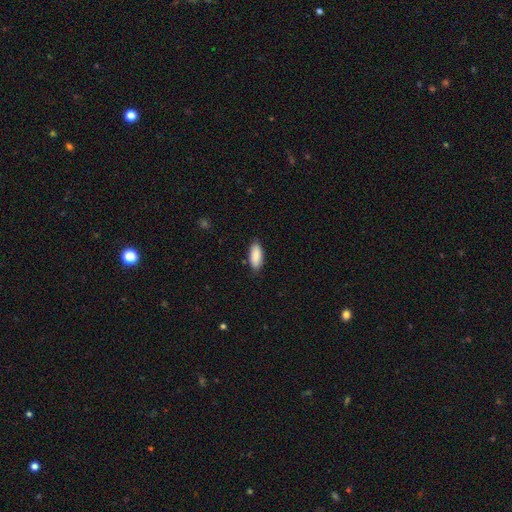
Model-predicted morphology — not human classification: Overall: smooth (90%). How rounded: in between (84%). Merging: none (84%).